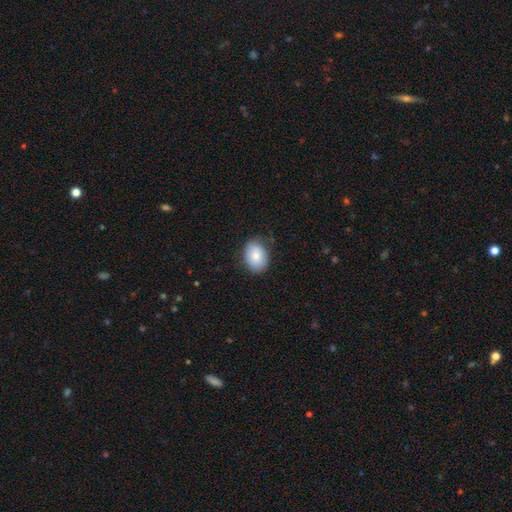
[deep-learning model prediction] Smooth or featured: smooth — 82% (featured or disk — 11%)
How rounded: in between — 72% (round — 27%)
Merging: none — 81% (minor disturbance — 15%)